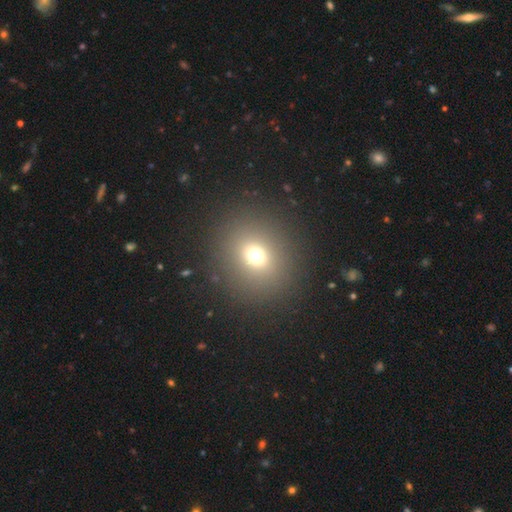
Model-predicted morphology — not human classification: Smooth or featured? smooth (70%)
How rounded? round (77%)
Merging? none (88%)